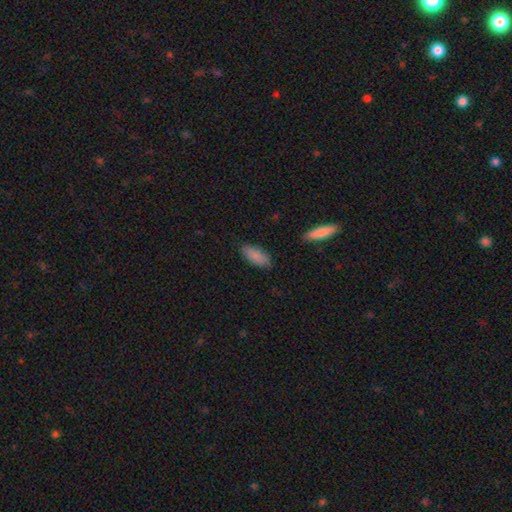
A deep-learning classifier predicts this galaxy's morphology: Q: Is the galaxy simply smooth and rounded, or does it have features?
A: smooth — 86%.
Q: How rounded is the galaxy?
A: in between — 84%.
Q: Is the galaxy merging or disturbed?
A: none — 83%.